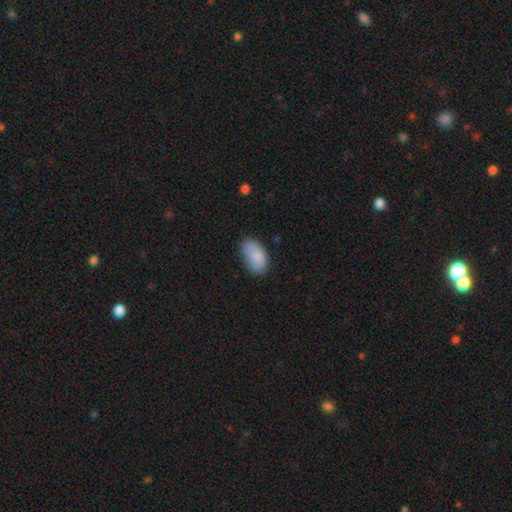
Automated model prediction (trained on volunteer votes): A smooth galaxy with no disk features (85%) that is in between round and cigar-shaped (94%).

Vote fractions:
- Smooth or featured? smooth: 85% / featured or disk: 8% / star or artifact: 7%
- How rounded? in between: 94% / round: 5% / cigar-shaped: 2%
- Merging? none: 68% / minor disturbance: 24% / major disturbance: 5% / merger: 3%